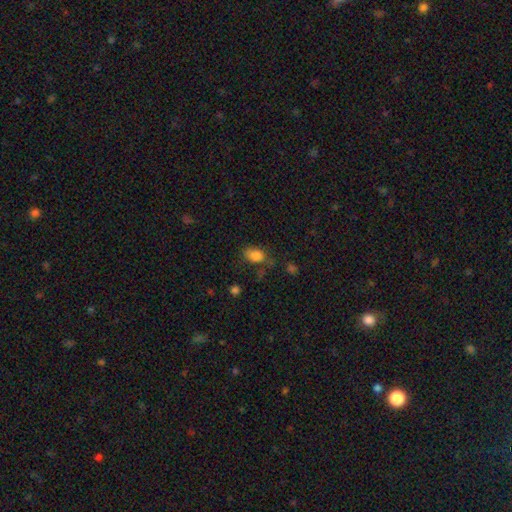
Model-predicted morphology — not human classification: smooth 83%, star or artifact 10%, featured or disk 7%. Down the decision tree: how rounded — in between (84%); merging — none (60%).